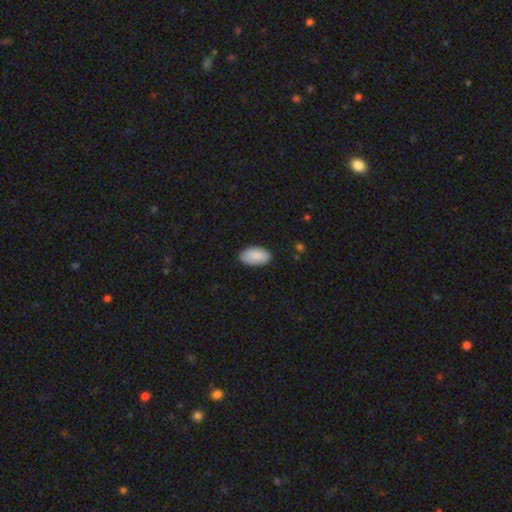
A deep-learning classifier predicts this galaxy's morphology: Smooth or featured: smooth — 89% (star or artifact — 6%)
How rounded: in between — 95% (round — 3%)
Merging: none — 85% (minor disturbance — 12%)